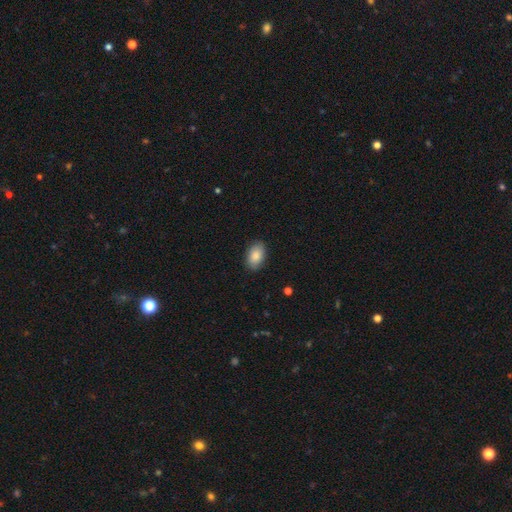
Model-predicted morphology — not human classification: The model was most divided on "merging": none: 86%, minor disturbance: 10%, major disturbance: 2%, merger: 1%. More confident: how rounded — in between (90%); smooth or featured — smooth (86%).